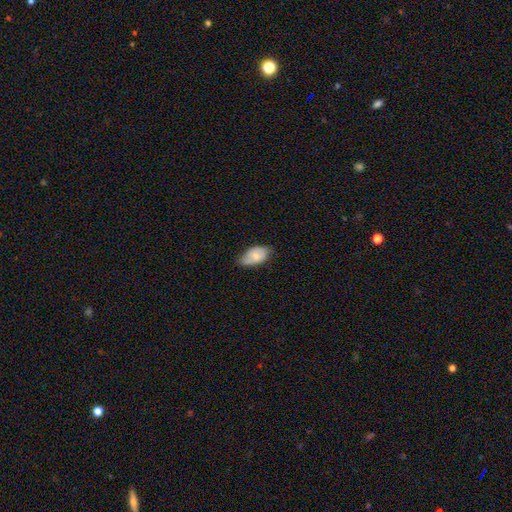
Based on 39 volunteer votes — A smooth galaxy with no disk features (77%) that is in between round and cigar-shaped (97%). Merging: none (74%).